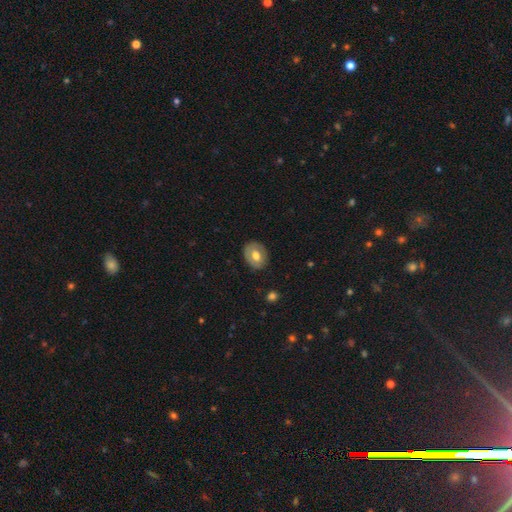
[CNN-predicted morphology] Overall: smooth (59%; featured or disk 34%). How rounded: in between (55%; round 44%). Merging: none (83%).